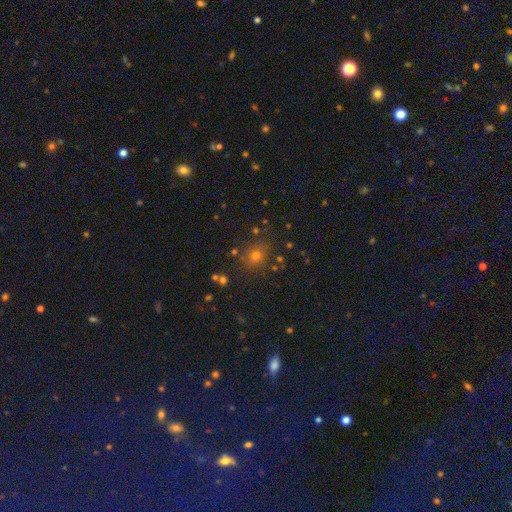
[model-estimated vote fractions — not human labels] Smooth or featured: smooth — 59% (star or artifact — 31%)
How rounded: round — 72% (in between — 26%)
Merging: none — 80% (minor disturbance — 11%)